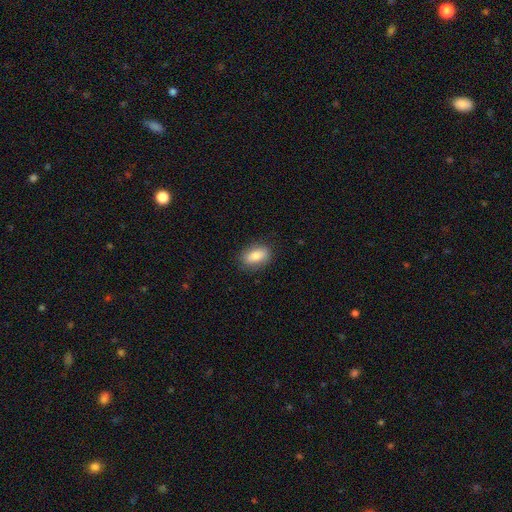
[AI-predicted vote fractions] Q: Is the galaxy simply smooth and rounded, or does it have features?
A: smooth — 82%.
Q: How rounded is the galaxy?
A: in between — 86%.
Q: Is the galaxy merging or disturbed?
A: none — 85%.